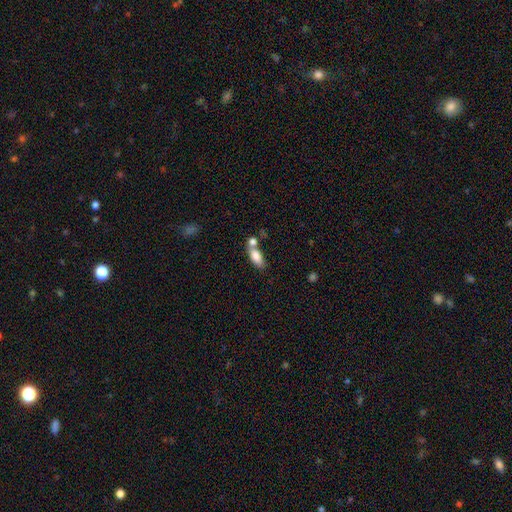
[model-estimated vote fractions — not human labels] This appears to be a smooth galaxy with no disk features (80%) that is in between round and cigar-shaped (83%). Merging: none (42%).